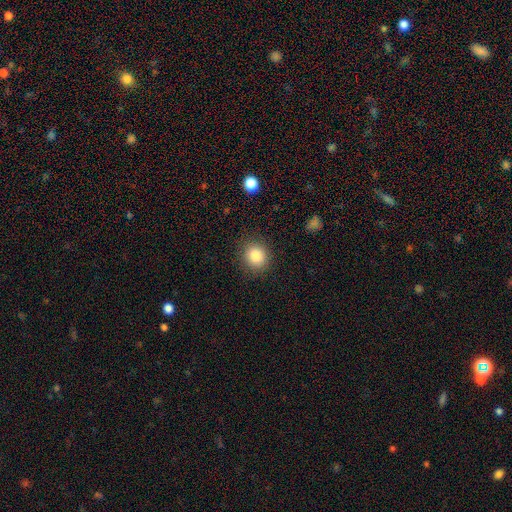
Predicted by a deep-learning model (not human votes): A smooth galaxy with no disk features (85%) that is round (78%).

Vote fractions:
- Smooth or featured? smooth: 85% / star or artifact: 10% / featured or disk: 6%
- How rounded? round: 78% / in between: 21% / cigar-shaped: 1%
- Merging? none: 88% / minor disturbance: 8% / major disturbance: 3% / merger: 1%